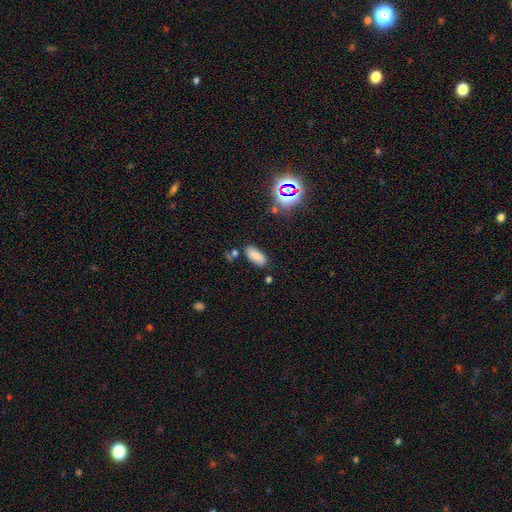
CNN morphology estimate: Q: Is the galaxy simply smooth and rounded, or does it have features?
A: smooth — 81%.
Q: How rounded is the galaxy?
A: in between — 85%.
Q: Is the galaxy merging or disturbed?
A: none — 81%.